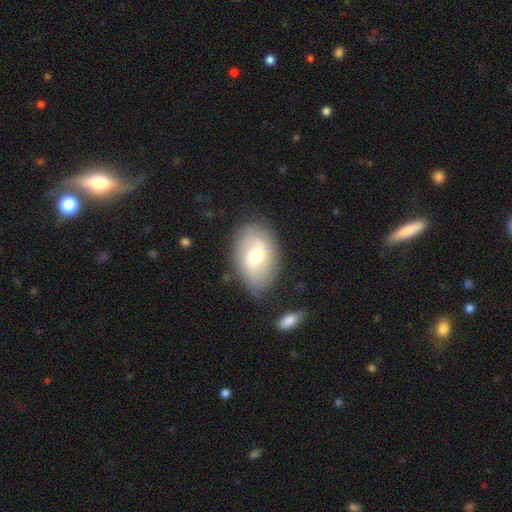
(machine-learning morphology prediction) type=smooth (48%); merging=none (78%).